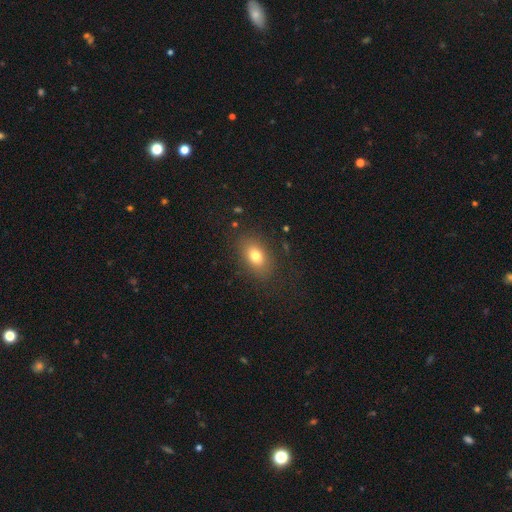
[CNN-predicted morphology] Smooth or featured?
  - smooth: 76% *
  - featured or disk: 13%
  - star or artifact: 11%
How rounded?
  - in between: 80% *
  - round: 18%
  - cigar-shaped: 2%
Merging?
  - none: 84% *
  - minor disturbance: 11%
  - major disturbance: 4%
  - merger: 1%